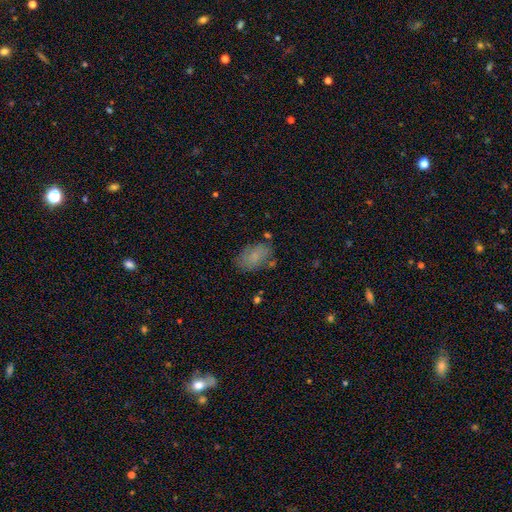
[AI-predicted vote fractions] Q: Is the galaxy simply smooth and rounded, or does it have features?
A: smooth — 79%.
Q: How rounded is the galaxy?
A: in between — 92%.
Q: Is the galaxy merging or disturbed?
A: none — 72%.